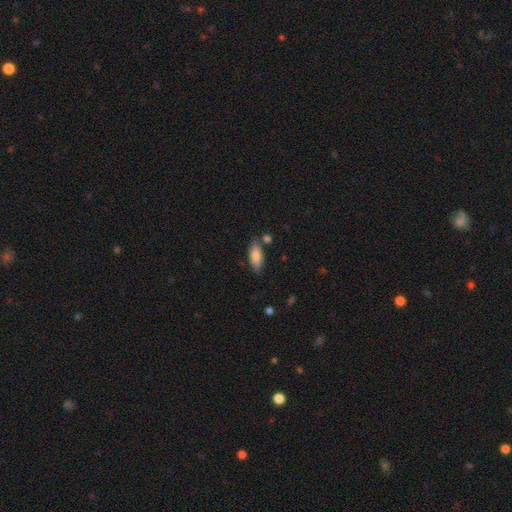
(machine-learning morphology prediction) This is clearly a smooth galaxy (81%). How rounded: likely in between (75%). Merging: likely none (76%).